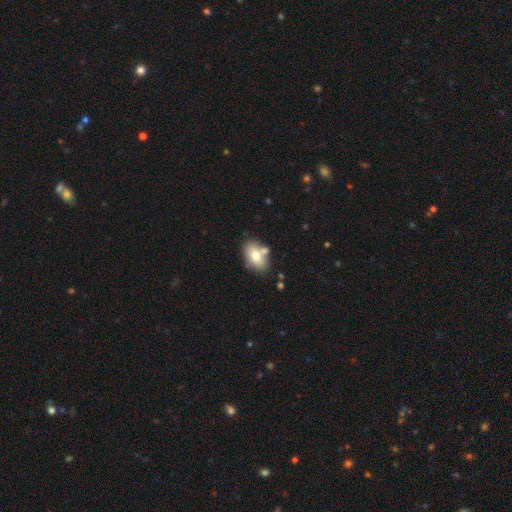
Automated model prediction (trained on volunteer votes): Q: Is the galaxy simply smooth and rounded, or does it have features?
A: smooth — 71%.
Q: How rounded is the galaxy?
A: in between — 89%.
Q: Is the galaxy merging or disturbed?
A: none — 63%.